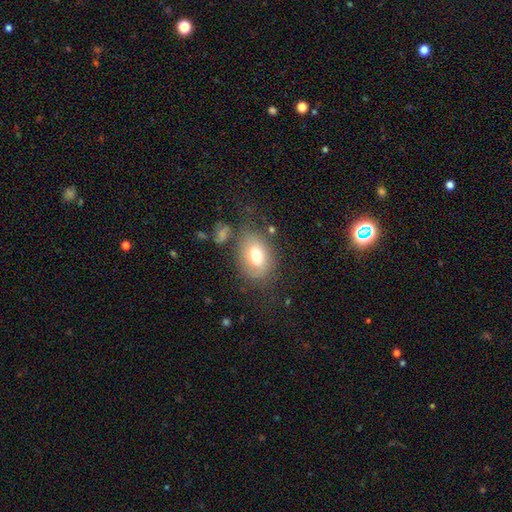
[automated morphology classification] Smooth or featured? Predicted: smooth (p=0.69). How rounded? Predicted: in between (p=0.80). Merging? Predicted: none (p=0.60).